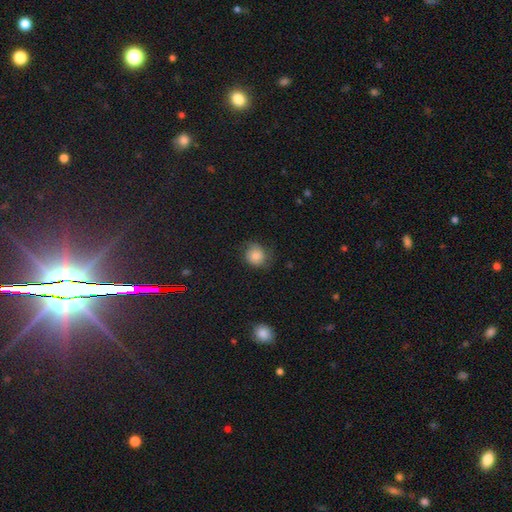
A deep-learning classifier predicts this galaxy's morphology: smooth 78%, featured or disk 13%, star or artifact 9%. Down the decision tree: how rounded — round (79%); merging — none (66%).